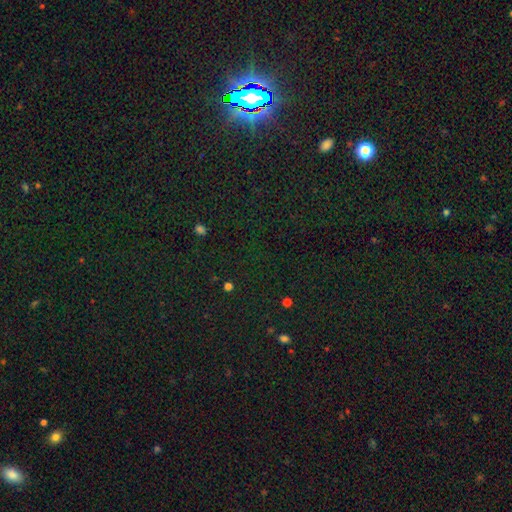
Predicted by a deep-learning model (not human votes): A star or artifact, not a galaxy (81%).